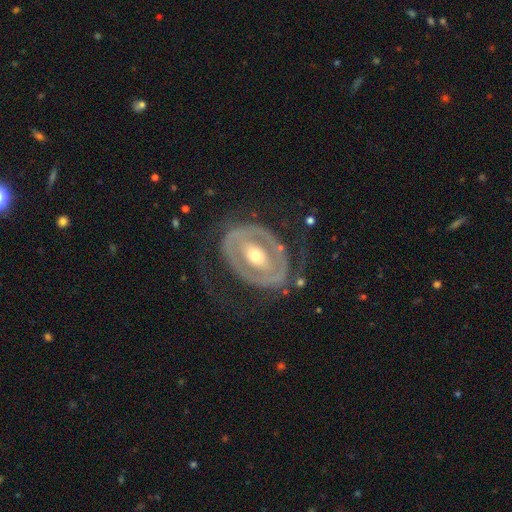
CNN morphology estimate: The model was most divided on "bar": no: 43%, strong: 30%, weak: 28%. More confident: edge-on disk — no (94%); smooth or featured — featured or disk (77%); spiral arms — no (61%); merging — none (61%); bulge size — moderate (60%).